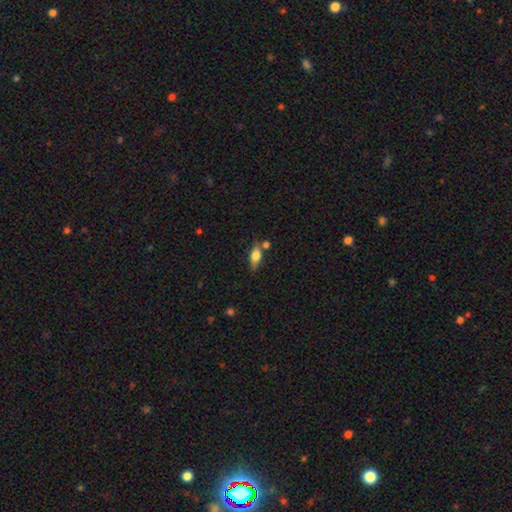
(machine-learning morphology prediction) Overall: smooth (68%). How rounded: in between (77%). Merging: none (63%).